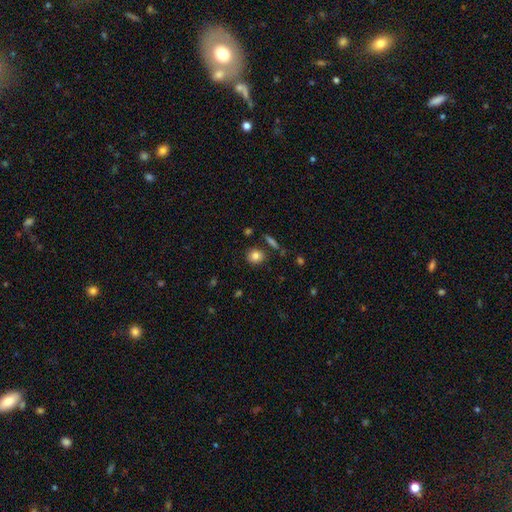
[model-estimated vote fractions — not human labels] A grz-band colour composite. It shows a smooth galaxy with no disk features (82%) that is round (76%). Merging: none (83%).